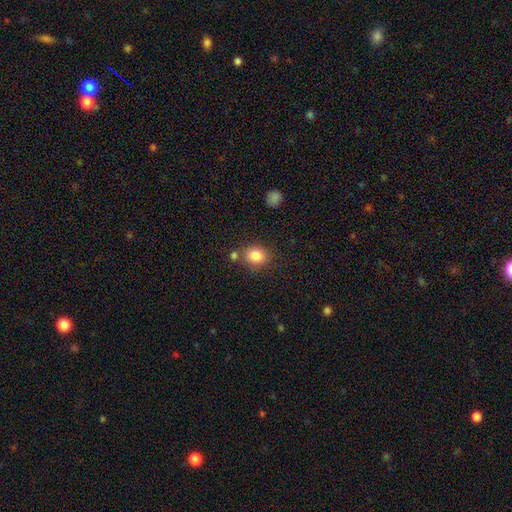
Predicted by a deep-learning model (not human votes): The model was most divided on "how rounded": round: 67%, in between: 32%, cigar-shaped: 1%. More confident: smooth or featured — smooth (84%); merging — none (73%).